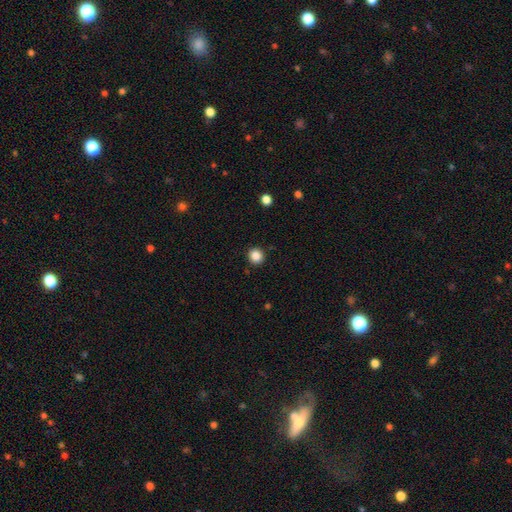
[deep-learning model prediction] Q: Smooth or featured?
A: smooth (87%); runner-up: star or artifact (10%)
Q: How rounded?
A: round (93%); runner-up: in between (6%)
Q: Merging?
A: none (92%); runner-up: minor disturbance (5%)